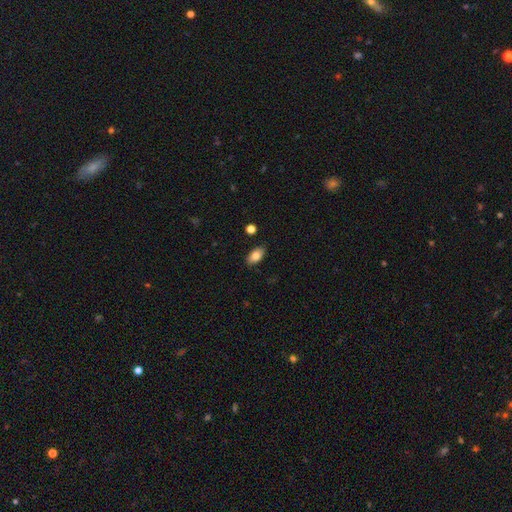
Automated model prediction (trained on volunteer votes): Q: Smooth or featured?
A: smooth (81%); runner-up: featured or disk (12%)
Q: How rounded?
A: in between (92%); runner-up: round (5%)
Q: Merging?
A: none (86%); runner-up: minor disturbance (10%)